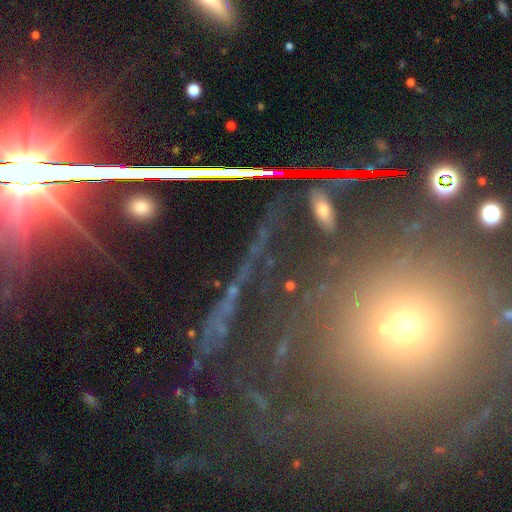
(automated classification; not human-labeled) Q: Smooth or featured?
A: star or artifact (59%); runner-up: featured or disk (22%)